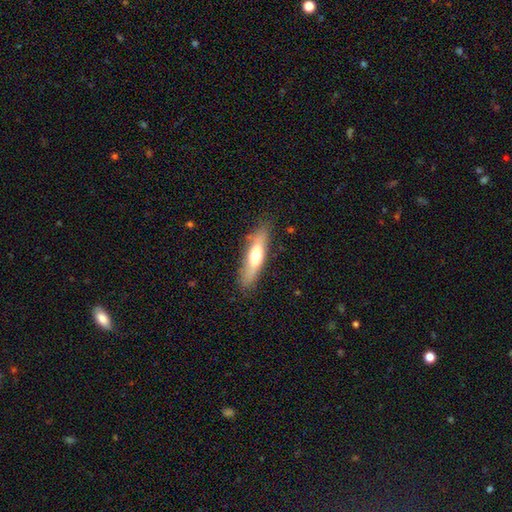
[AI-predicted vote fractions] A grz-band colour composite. It shows a smooth galaxy with no disk features (55%) that is cigar-shaped (66%). Merging: none (81%).